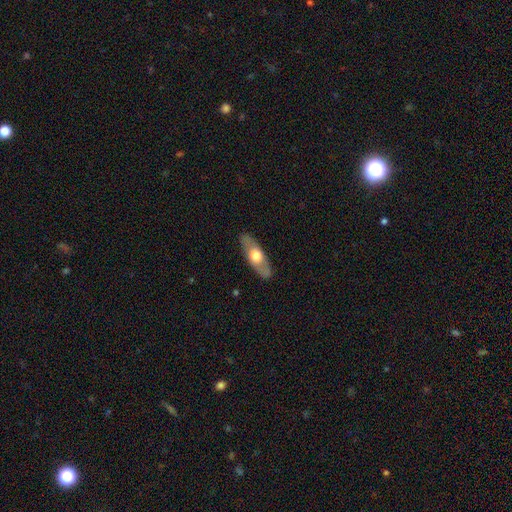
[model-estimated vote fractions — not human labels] smooth-or-featured: featured or disk: 49% | smooth: 46% | star or artifact: 5%
  merging: none: 86% | minor disturbance: 10% | major disturbance: 2% | merger: 1%